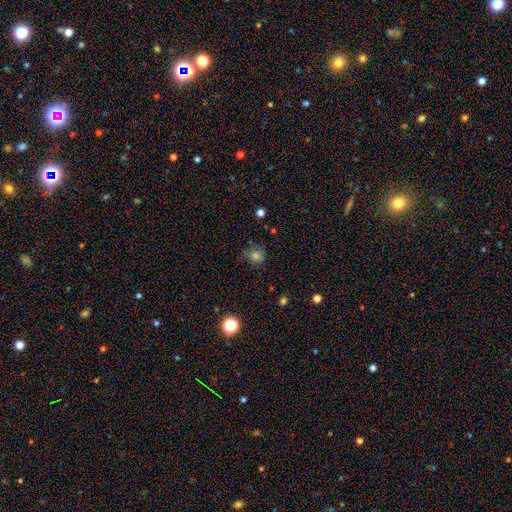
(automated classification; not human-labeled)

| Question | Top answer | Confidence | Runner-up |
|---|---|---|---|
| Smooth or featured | smooth | 71% | star or artifact (18%) |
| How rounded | round | 78% | in between (21%) |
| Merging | none | 64% | minor disturbance (24%) |